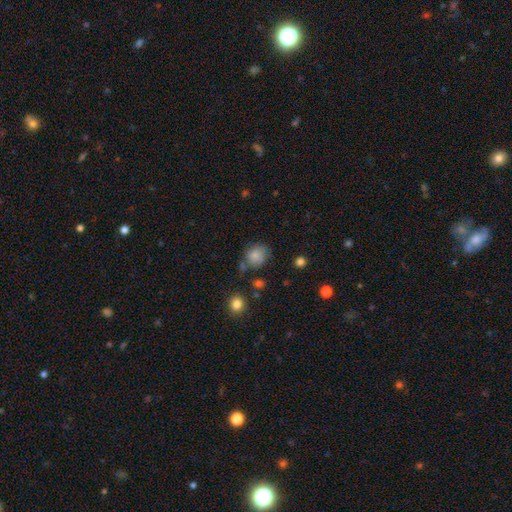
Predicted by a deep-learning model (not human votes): This appears to be a smooth galaxy with no disk features (83%) that is round (77%). Merging: none (65%).